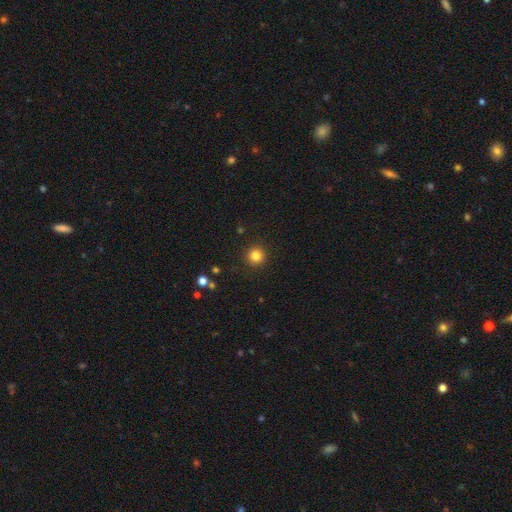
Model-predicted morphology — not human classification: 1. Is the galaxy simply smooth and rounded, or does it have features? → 83% smooth, 12% star or artifact, 5% featured or disk.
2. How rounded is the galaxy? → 95% round, 4% in between, 1% cigar-shaped.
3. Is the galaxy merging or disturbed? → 92% none, 5% minor disturbance, 2% major disturbance, 1% merger.